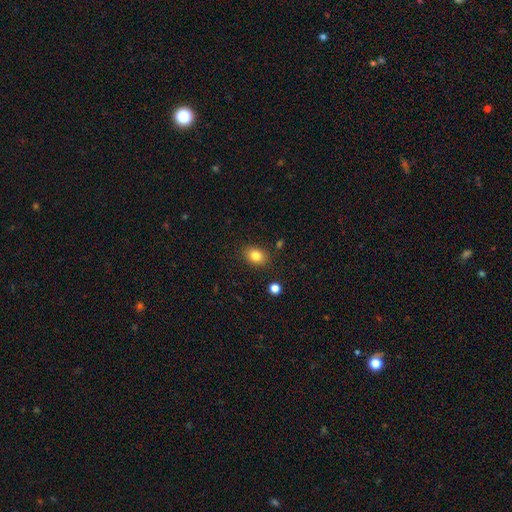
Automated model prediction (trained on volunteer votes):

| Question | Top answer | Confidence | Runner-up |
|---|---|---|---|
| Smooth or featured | smooth | 83% | star or artifact (10%) |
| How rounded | in between | 65% | round (34%) |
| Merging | none | 86% | minor disturbance (10%) |